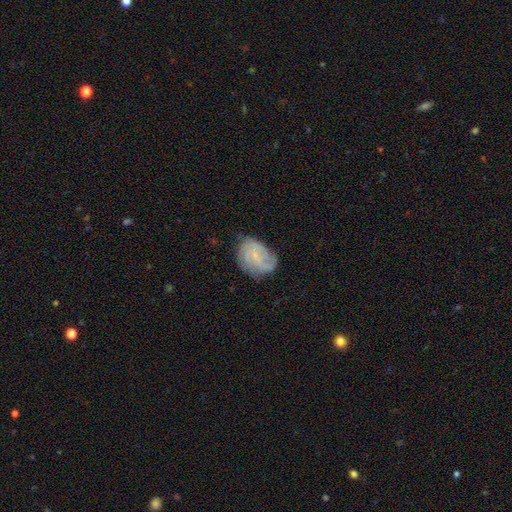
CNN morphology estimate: Smooth or featured? Predicted: featured or disk (p=0.63). Edge-on disk? Predicted: no (p=0.98). Bar? Predicted: no (p=0.56). Spiral arms? Predicted: yes (p=0.86). Spiral winding? Predicted: tight (p=0.47). Spiral arm count? Predicted: can't tell (p=0.37). Bulge size? Predicted: small (p=0.70). Merging? Predicted: none (p=0.61).